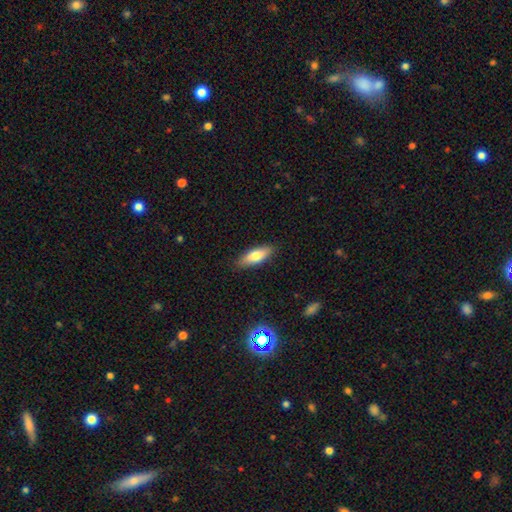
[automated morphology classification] Smooth or featured: smooth — 74% (featured or disk — 19%)
How rounded: in between — 62% (cigar-shaped — 35%)
Merging: none — 88% (minor disturbance — 9%)